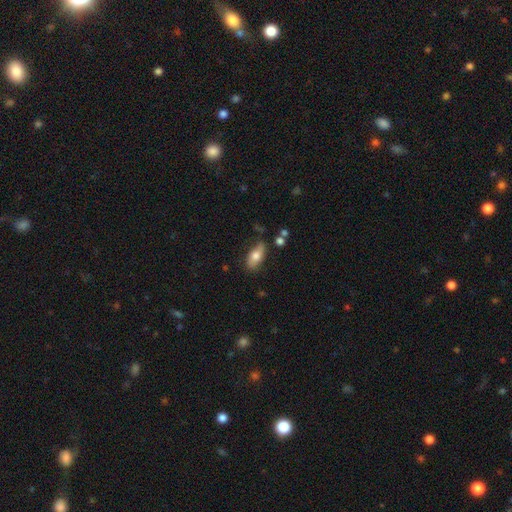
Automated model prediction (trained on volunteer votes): Smooth or featured?
  - smooth: 70% *
  - featured or disk: 23%
  - star or artifact: 7%
How rounded?
  - in between: 82% *
  - cigar-shaped: 14%
  - round: 4%
Merging?
  - none: 73% *
  - minor disturbance: 19%
  - major disturbance: 4%
  - merger: 4%